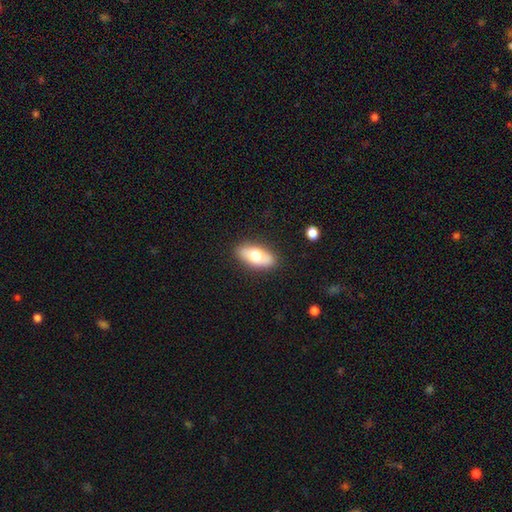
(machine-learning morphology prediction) Overall: smooth (66%; featured or disk 28%). How rounded: in between (85%). Merging: none (86%).